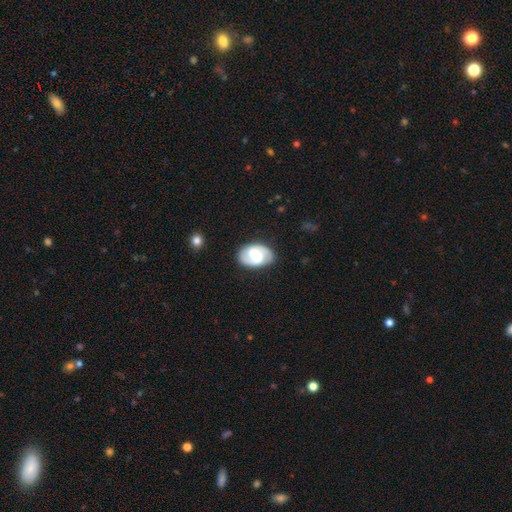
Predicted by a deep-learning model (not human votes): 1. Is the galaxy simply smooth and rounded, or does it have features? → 75% featured or disk, 20% smooth, 5% star or artifact.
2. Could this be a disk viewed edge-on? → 97% no, 3% yes.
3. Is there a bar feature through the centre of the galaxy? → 50% weak, 27% strong, 23% no.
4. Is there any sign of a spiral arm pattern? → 89% yes, 11% no.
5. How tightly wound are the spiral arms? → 46% medium, 34% tight, 20% loose.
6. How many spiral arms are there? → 90% 2, 5% can't tell, 2% 1, 1% 3, 1% 4, 1% more than 4.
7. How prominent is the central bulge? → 46% moderate, 33% large, 13% small, 4% none, 4% dominant.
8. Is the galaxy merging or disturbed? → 84% none, 11% minor disturbance, 3% major disturbance, 1% merger.